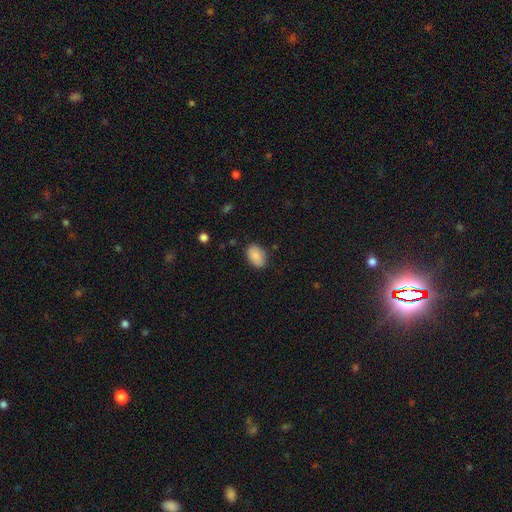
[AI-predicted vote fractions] smooth-or-featured: smooth: 86% | star or artifact: 7% | featured or disk: 7%
  how-rounded: in between: 88% | round: 10% | cigar-shaped: 1%
  merging: none: 82% | minor disturbance: 14% | major disturbance: 3% | merger: 1%